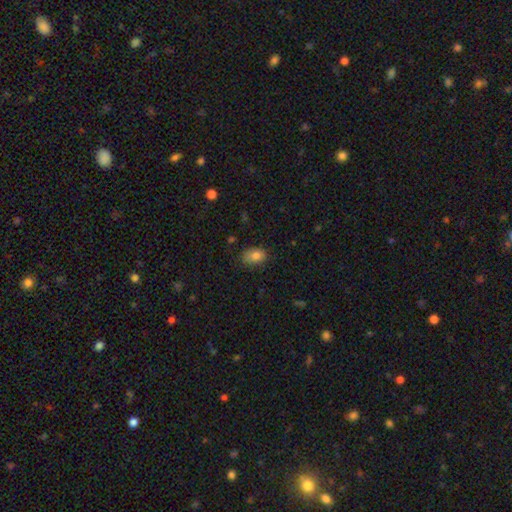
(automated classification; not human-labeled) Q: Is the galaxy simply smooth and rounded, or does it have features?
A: smooth — 82%.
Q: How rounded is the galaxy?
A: in between — 81%.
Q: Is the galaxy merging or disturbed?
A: none — 72%.